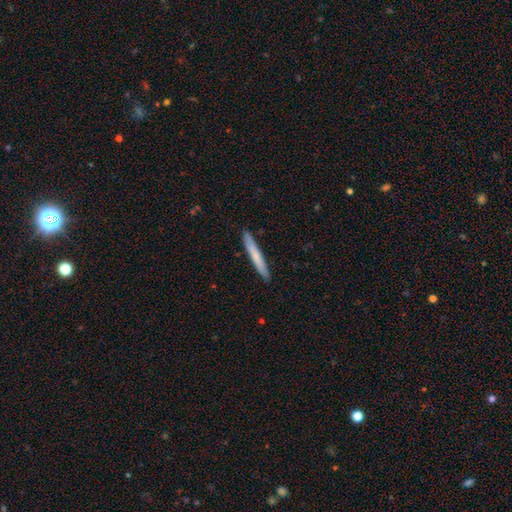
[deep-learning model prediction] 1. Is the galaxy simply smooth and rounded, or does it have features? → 68% smooth, 27% featured or disk, 5% star or artifact.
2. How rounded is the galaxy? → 96% cigar-shaped, 3% in between, 1% round.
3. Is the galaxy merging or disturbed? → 90% none, 7% minor disturbance, 1% major disturbance, 1% merger.